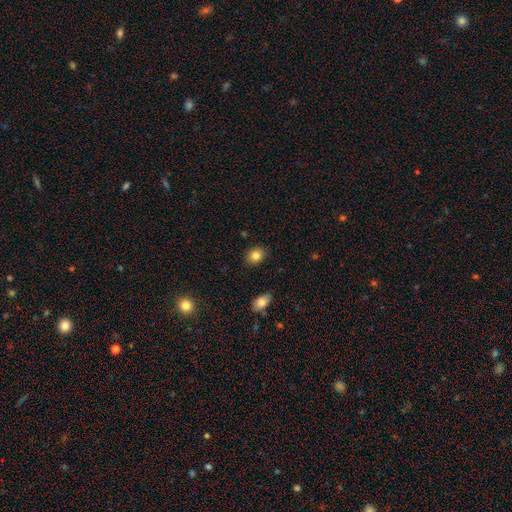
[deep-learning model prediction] Smooth or featured: smooth — 83% (star or artifact — 9%)
How rounded: in between — 52% (round — 47%)
Merging: none — 87% (minor disturbance — 9%)